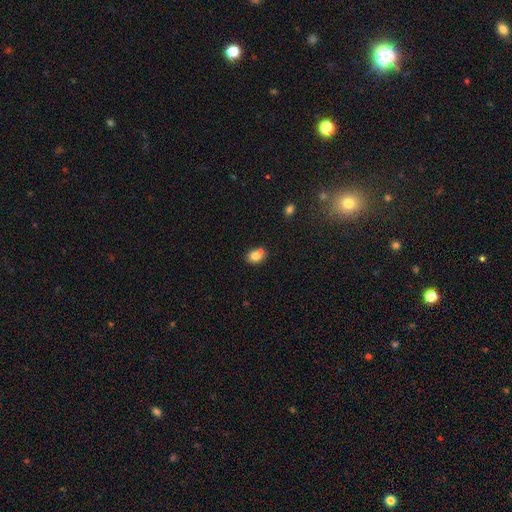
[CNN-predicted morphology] type=smooth (79%); roundness=in between (53%); merging=none (53%).